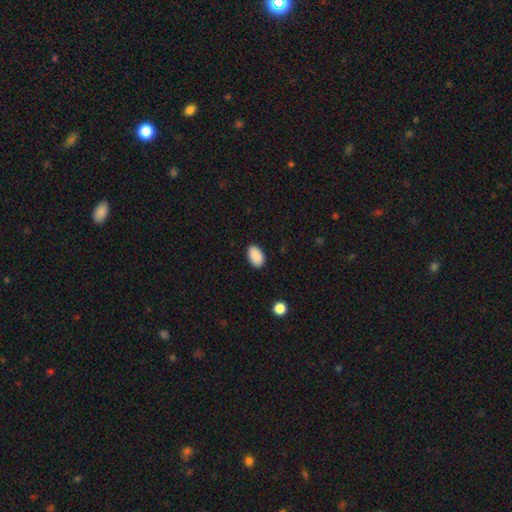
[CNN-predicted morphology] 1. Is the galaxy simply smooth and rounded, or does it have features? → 90% smooth, 7% star or artifact, 3% featured or disk.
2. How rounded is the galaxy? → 93% in between, 6% round, 1% cigar-shaped.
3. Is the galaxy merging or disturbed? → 89% none, 8% minor disturbance, 2% major disturbance, 1% merger.